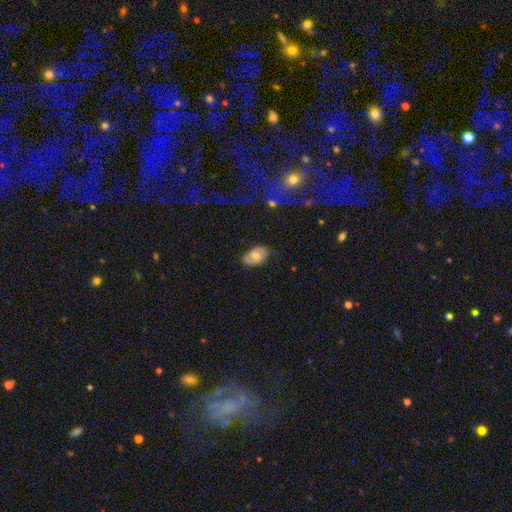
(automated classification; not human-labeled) This is possibly a smooth galaxy (56%). How rounded: clearly in between (91%). Merging: likely none (75%).